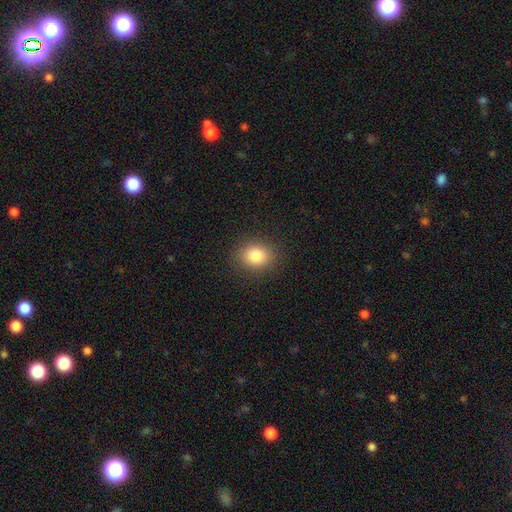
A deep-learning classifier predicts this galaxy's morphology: A smooth galaxy with no disk features (84%) that is round (57%).

Vote fractions:
- Smooth or featured? smooth: 84% / star or artifact: 10% / featured or disk: 6%
- How rounded? round: 57% / in between: 42% / cigar-shaped: 1%
- Merging? none: 88% / minor disturbance: 8% / major disturbance: 3% / merger: 1%